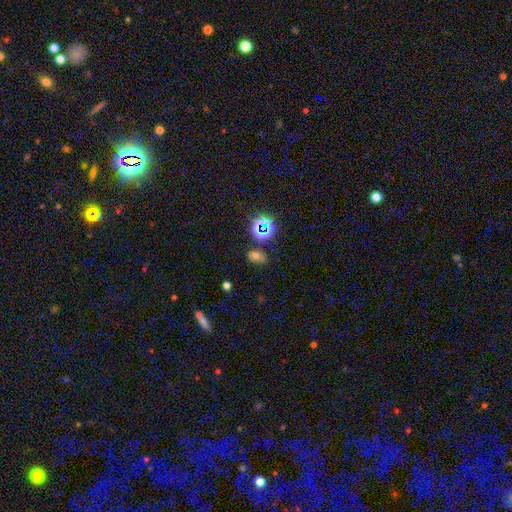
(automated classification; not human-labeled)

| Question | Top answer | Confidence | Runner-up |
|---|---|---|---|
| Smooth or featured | smooth | 49% | star or artifact (38%) |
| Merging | none | 73% | minor disturbance (16%) |